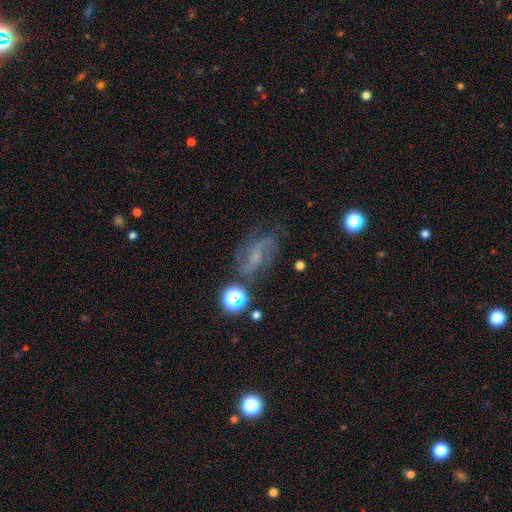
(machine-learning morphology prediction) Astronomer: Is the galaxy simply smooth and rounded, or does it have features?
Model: featured or disk — 65%.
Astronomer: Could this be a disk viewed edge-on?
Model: no — 95%.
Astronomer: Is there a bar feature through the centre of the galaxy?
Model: no — 44% (runner-up: weak, 42%).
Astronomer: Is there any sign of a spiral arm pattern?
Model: yes — 87%.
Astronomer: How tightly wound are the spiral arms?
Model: loose — 47% (runner-up: medium, 38%).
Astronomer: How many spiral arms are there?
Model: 2 — 63%.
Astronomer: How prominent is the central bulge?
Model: small — 45% (runner-up: none, 35%).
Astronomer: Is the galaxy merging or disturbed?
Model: none — 60%.